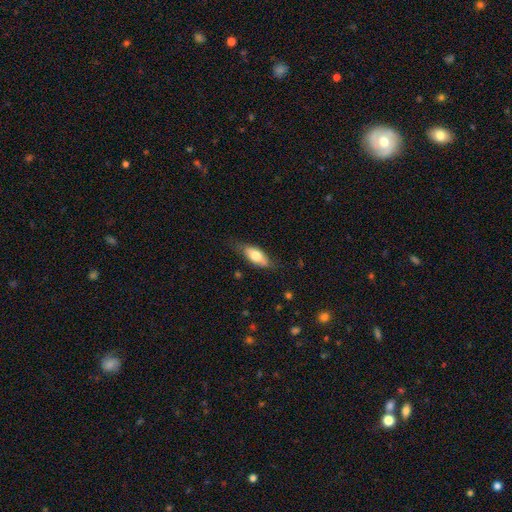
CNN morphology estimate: type=smooth (70%); roundness=in between (79%); merging=none (70%).